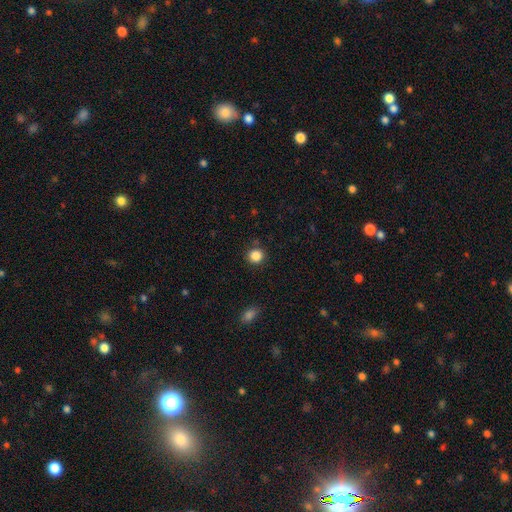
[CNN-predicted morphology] smooth 86%, star or artifact 11%, featured or disk 3%. Down the decision tree: how rounded — round (91%); merging — none (87%).